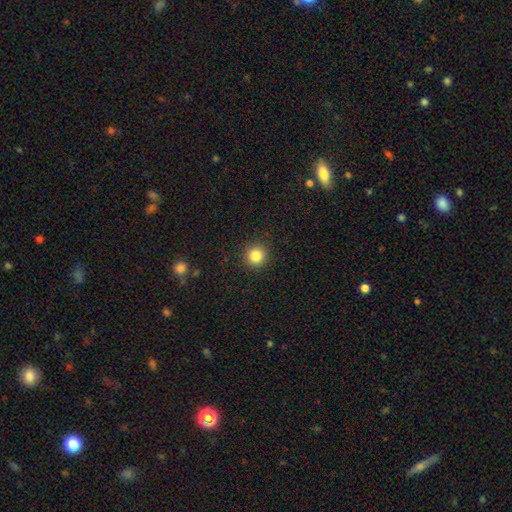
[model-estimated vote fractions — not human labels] Smooth or featured? Predicted: smooth (p=0.84). How rounded? Predicted: round (p=0.94). Merging? Predicted: none (p=0.92).